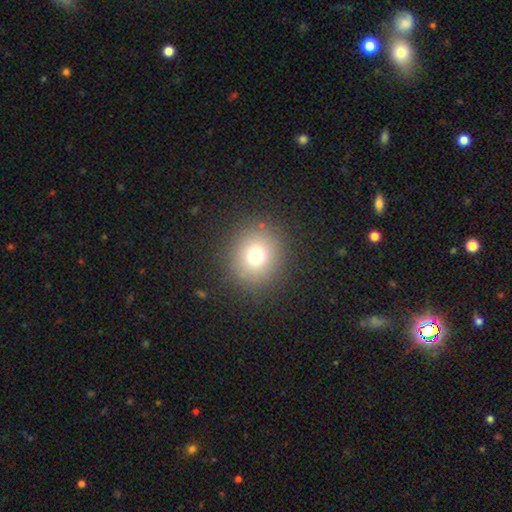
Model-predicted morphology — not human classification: Q: Smooth or featured?
A: smooth (72%); runner-up: star or artifact (17%)
Q: How rounded?
A: round (86%); runner-up: in between (13%)
Q: Merging?
A: none (88%); runner-up: minor disturbance (7%)